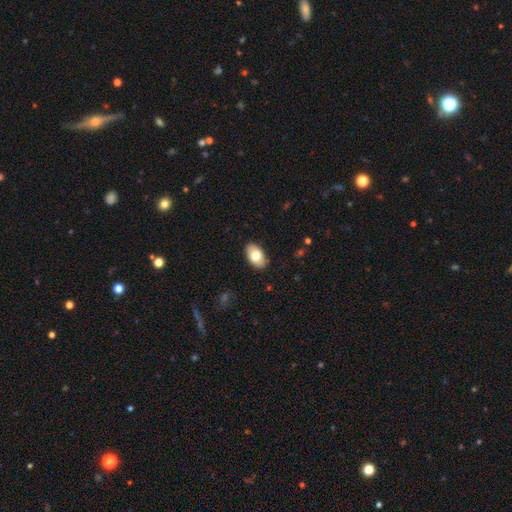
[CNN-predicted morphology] Smooth or featured? smooth (73%)
How rounded? in between (93%)
Merging? none (87%)